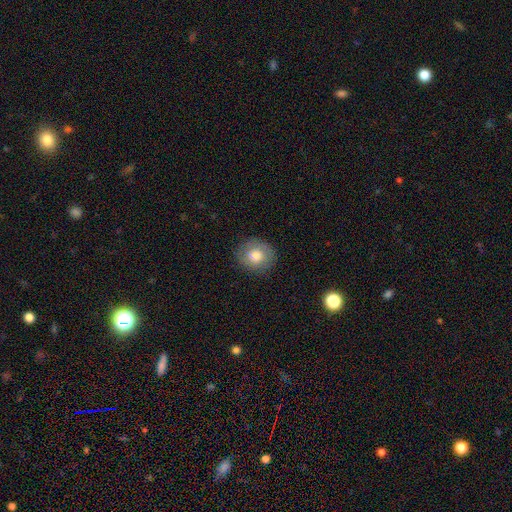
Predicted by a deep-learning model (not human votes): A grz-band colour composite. It shows a smooth galaxy with no disk features (75%) that is round (80%). Merging: none (85%).